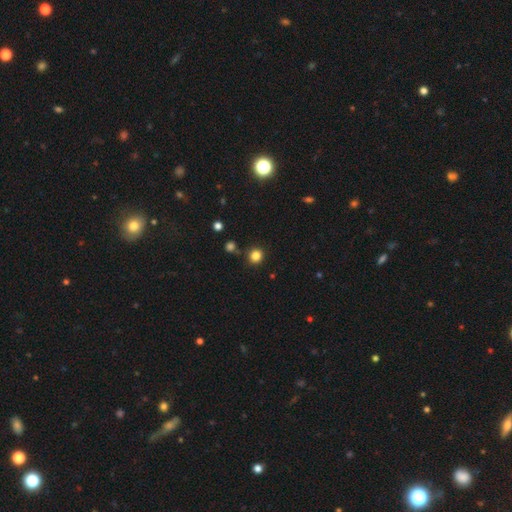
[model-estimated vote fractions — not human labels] The model was most divided on "smooth or featured": smooth: 82%, star or artifact: 13%, featured or disk: 4%. More confident: how rounded — round (89%); merging — none (87%).